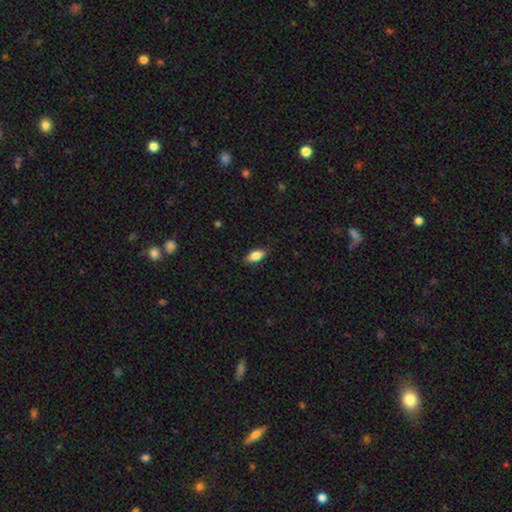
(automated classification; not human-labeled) Smooth or featured?
  - smooth: 81% *
  - featured or disk: 12%
  - star or artifact: 7%
How rounded?
  - in between: 83% *
  - cigar-shaped: 14%
  - round: 3%
Merging?
  - none: 85% *
  - minor disturbance: 12%
  - major disturbance: 2%
  - merger: 1%